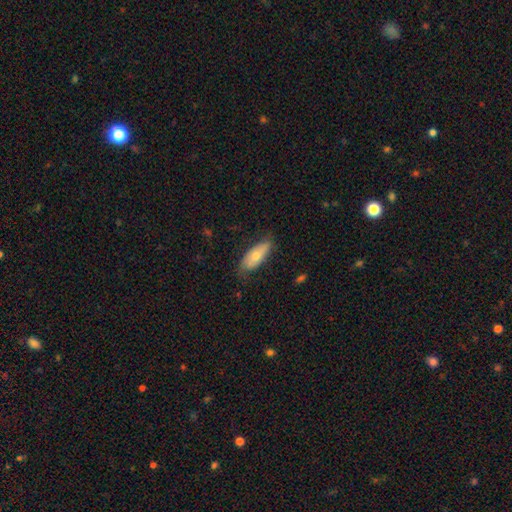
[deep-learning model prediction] The model was most divided on "smooth or featured": smooth: 66%, featured or disk: 28%, star or artifact: 6%. More confident: how rounded — in between (77%); merging — none (68%).